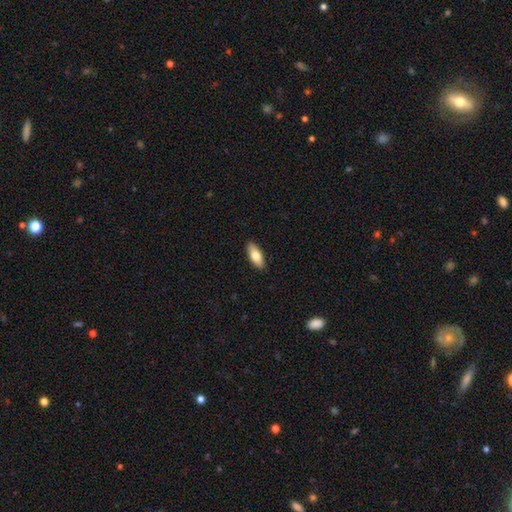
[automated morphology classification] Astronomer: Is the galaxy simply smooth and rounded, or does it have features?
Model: smooth — 74%.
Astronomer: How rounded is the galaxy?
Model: in between — 78%.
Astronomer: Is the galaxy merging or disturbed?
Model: none — 90%.